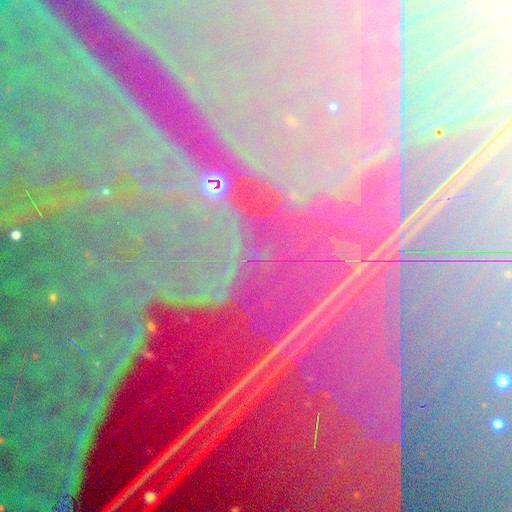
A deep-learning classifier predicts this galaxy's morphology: star or artifact 88%, featured or disk 7%, smooth 5%.